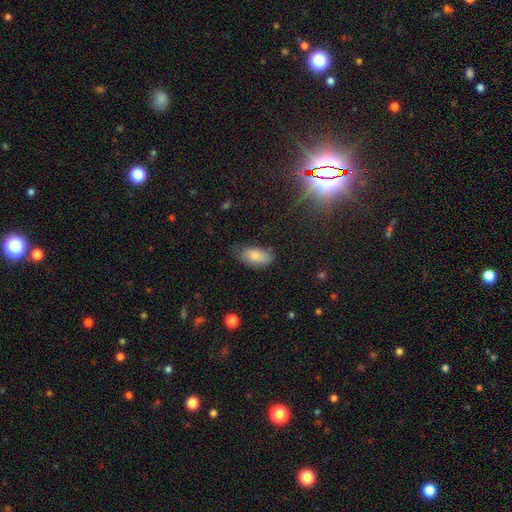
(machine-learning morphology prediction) This is clearly a smooth galaxy (82%). How rounded: clearly in between (92%). Merging: likely none (63%).